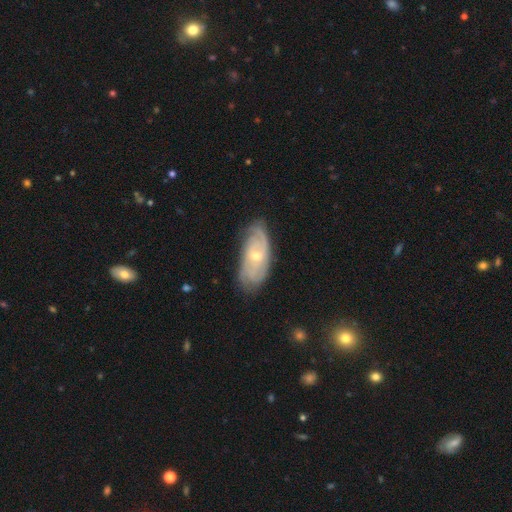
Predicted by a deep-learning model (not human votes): Smooth or featured: featured or disk — 78% (smooth — 16%)
Edge-on disk: no — 91% (yes — 9%)
Bar: no — 59% (weak — 35%)
Spiral arms: yes — 92% (no — 8%)
Spiral winding: tight — 59% (medium — 31%)
Spiral arm count: can't tell — 41% (2 — 24%)
Bulge size: small — 54% (moderate — 43%)
Merging: none — 73% (minor disturbance — 21%)